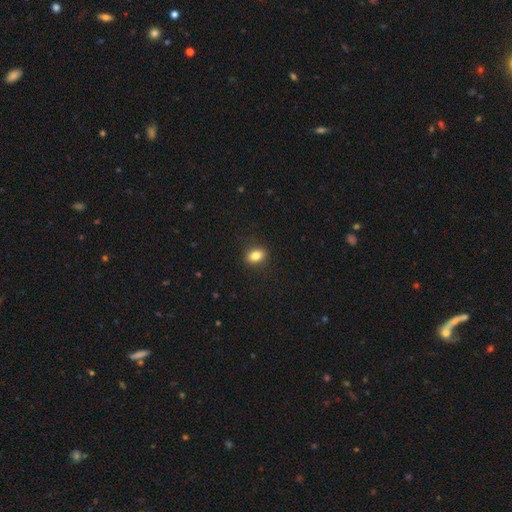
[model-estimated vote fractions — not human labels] smooth 83%, star or artifact 10%, featured or disk 8%. Down the decision tree: how rounded — in between (70%); merging — none (88%).